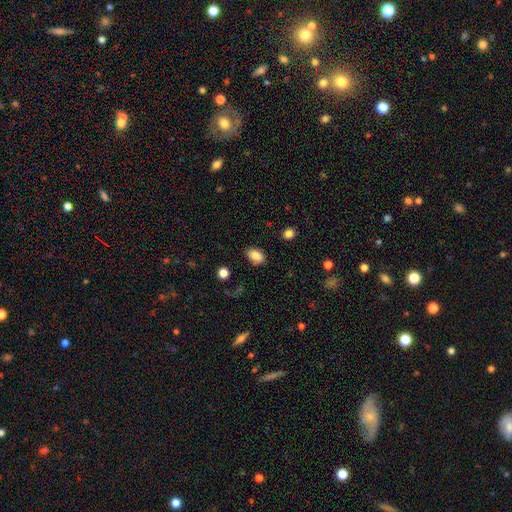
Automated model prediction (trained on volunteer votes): Smooth or featured: smooth — 86% (star or artifact — 9%)
How rounded: in between — 86% (round — 13%)
Merging: none — 81% (minor disturbance — 14%)